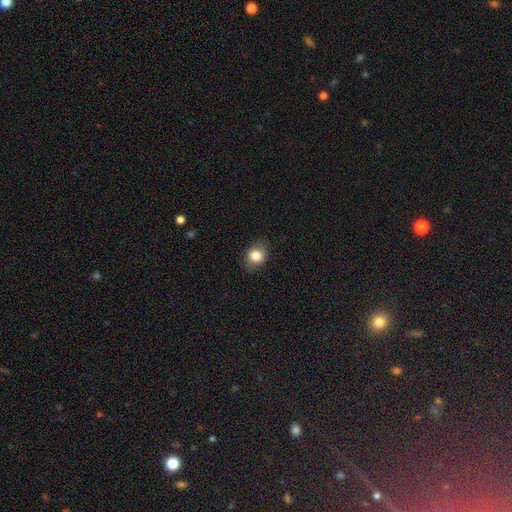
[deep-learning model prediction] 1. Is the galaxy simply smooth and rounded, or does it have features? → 82% smooth, 10% star or artifact, 9% featured or disk.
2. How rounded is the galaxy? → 52% round, 47% in between, 1% cigar-shaped.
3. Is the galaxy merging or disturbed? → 84% none, 12% minor disturbance, 3% major disturbance, 1% merger.